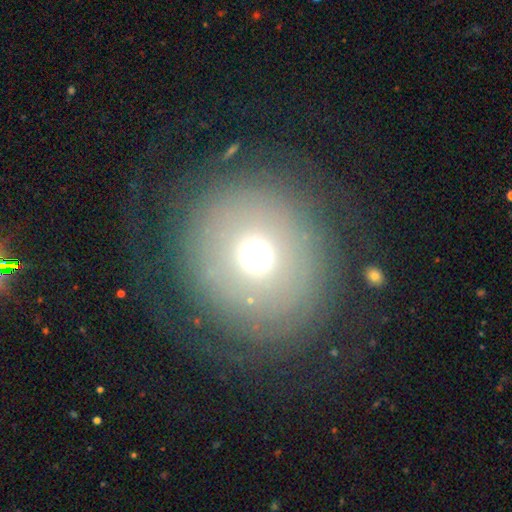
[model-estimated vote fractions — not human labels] This appears to be a smooth galaxy with no disk features (55%) that is round (89%). Merging: none (66%).